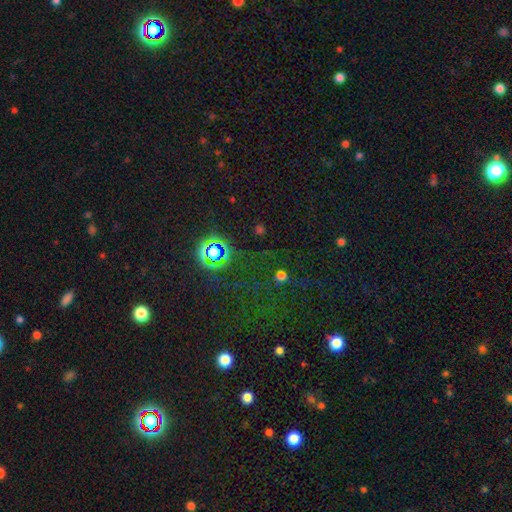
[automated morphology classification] Smooth or featured? star or artifact (70%)